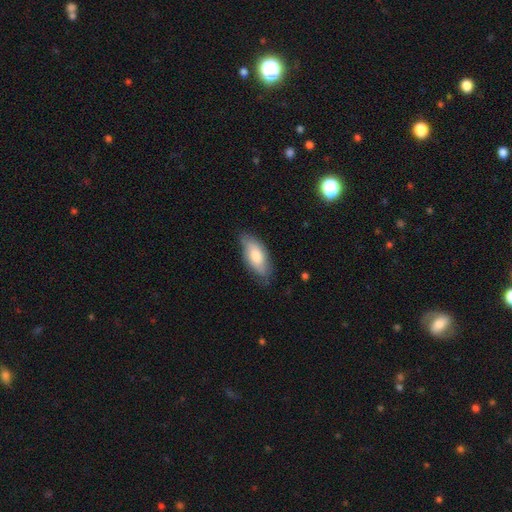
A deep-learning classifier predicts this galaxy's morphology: Smooth or featured? smooth (73%)
How rounded? in between (86%)
Merging? none (72%)